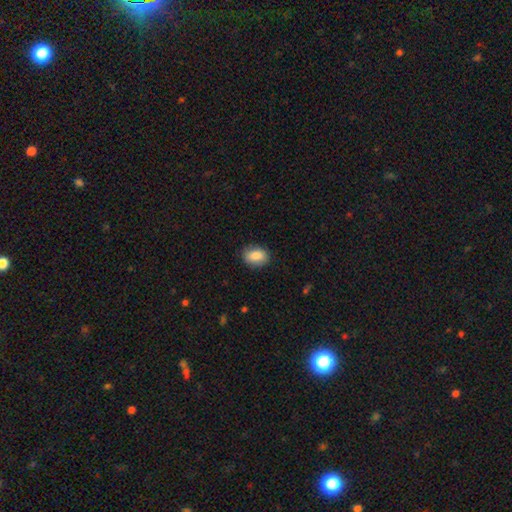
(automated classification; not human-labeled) smooth 86%, star or artifact 7%, featured or disk 7%. Down the decision tree: how rounded — in between (77%); merging — none (85%).